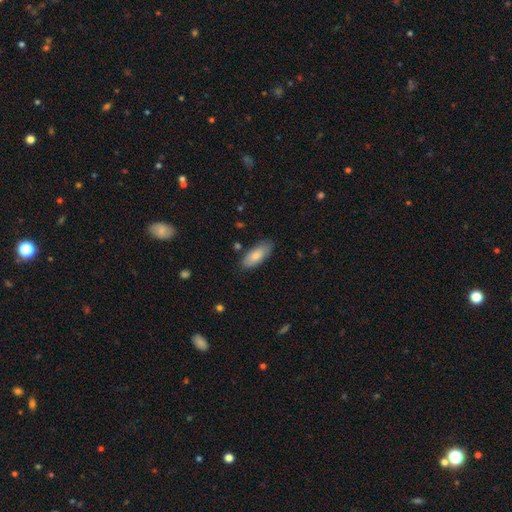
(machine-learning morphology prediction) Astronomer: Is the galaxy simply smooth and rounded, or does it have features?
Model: smooth — 81%.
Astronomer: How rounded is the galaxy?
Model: in between — 84%.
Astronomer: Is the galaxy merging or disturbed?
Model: none — 79%.